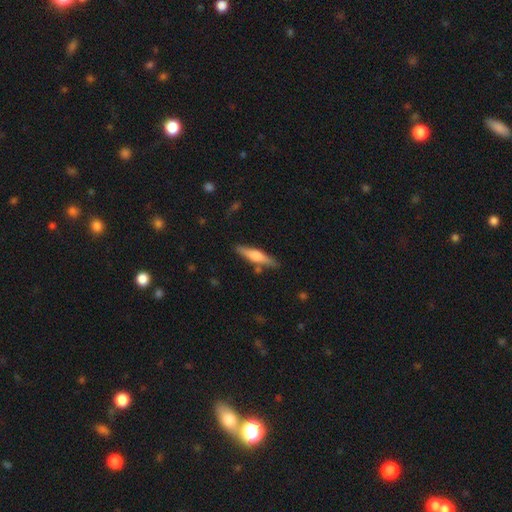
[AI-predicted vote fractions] This appears to be a smooth galaxy with no disk features (47%, tied with featured or disk). Merging: none (82%).